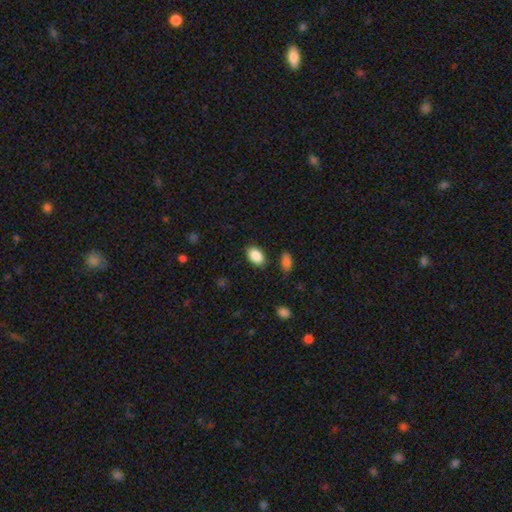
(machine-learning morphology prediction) Overall: smooth (88%). How rounded: in between (88%). Merging: none (84%).